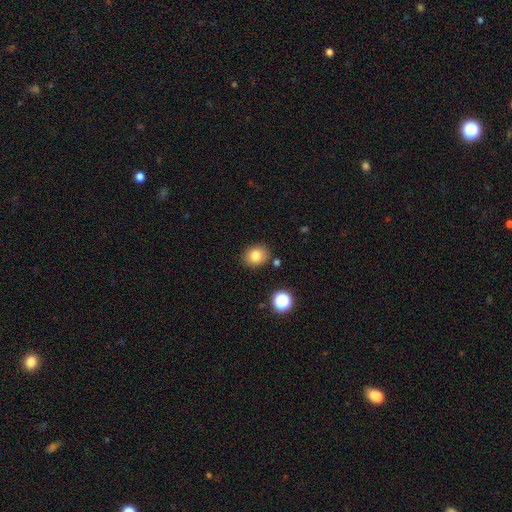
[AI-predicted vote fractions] Smooth or featured?
  - smooth: 80% *
  - star or artifact: 12%
  - featured or disk: 8%
How rounded?
  - round: 63% *
  - in between: 36%
  - cigar-shaped: 1%
Merging?
  - none: 84% *
  - minor disturbance: 10%
  - merger: 4%
  - major disturbance: 3%